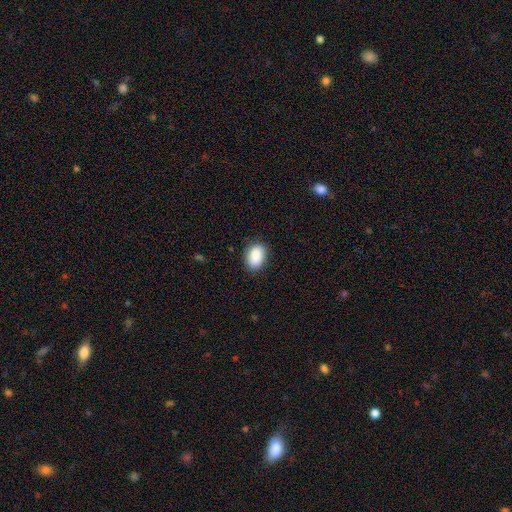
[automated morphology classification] This appears to be a smooth galaxy with no disk features (89%) that is in between round and cigar-shaped (83%). Merging: none (84%).